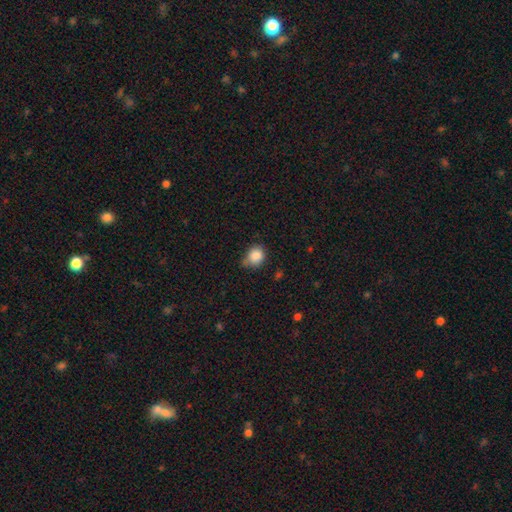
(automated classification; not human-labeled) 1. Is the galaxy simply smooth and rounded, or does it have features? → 86% smooth, 9% star or artifact, 5% featured or disk.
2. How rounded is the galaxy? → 72% round, 27% in between, 1% cigar-shaped.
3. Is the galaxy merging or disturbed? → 56% none, 33% minor disturbance, 6% major disturbance, 4% merger.